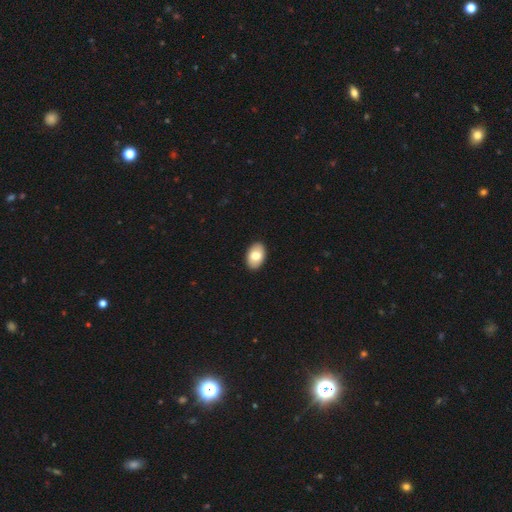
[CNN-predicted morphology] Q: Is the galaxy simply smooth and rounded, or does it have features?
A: smooth — 79%.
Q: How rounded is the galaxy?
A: in between — 91%.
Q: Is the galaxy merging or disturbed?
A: none — 91%.